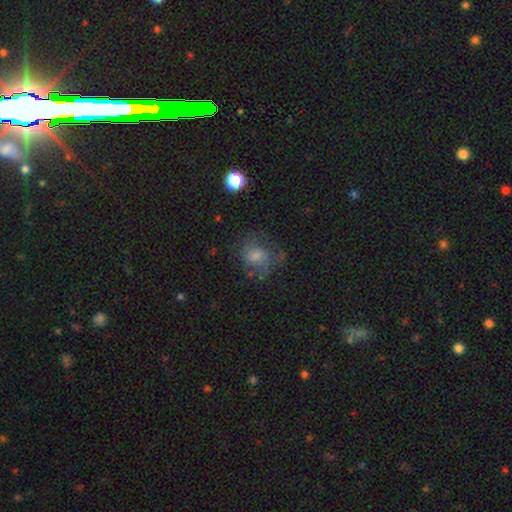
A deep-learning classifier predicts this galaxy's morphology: A smooth galaxy with no disk features (46%).

Vote fractions:
- Smooth or featured? smooth: 46% / featured or disk: 36% / star or artifact: 18%
- Merging? none: 53% / minor disturbance: 22% / major disturbance: 22% / merger: 3%